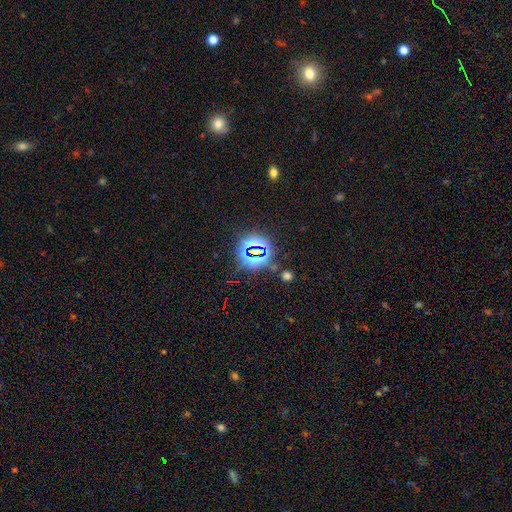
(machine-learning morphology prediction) type=star or artifact (77%).